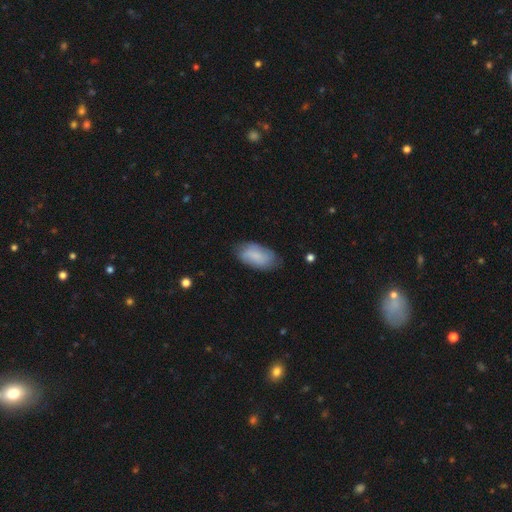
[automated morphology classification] smooth 73%, featured or disk 20%, star or artifact 7%. Down the decision tree: how rounded — in between (93%); merging — none (73%).